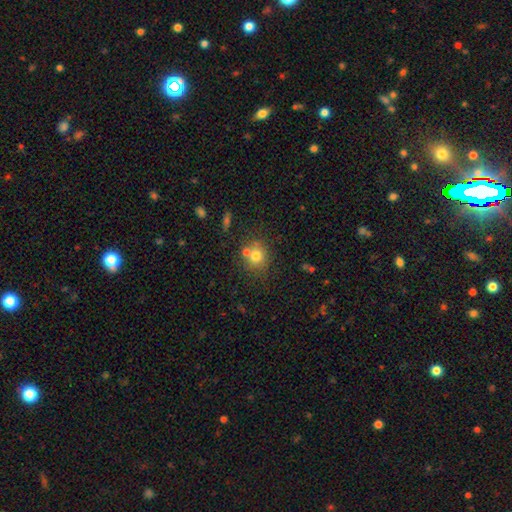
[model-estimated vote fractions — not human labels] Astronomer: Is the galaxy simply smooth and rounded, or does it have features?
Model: smooth — 74%.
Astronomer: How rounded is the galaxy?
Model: round — 83%.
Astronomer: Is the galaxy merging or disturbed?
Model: none — 63%.